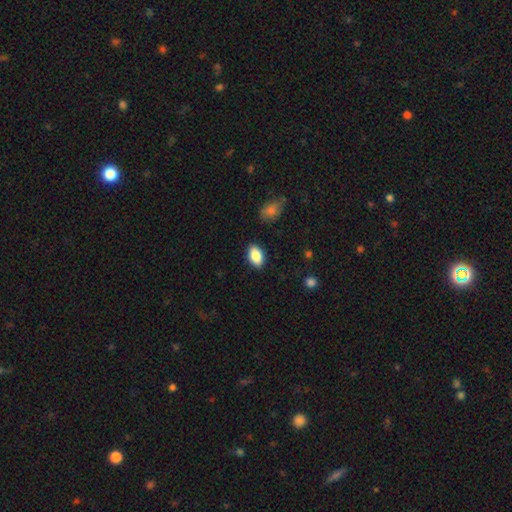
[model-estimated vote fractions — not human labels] smooth-or-featured: smooth: 85% | featured or disk: 8% | star or artifact: 7%
  how-rounded: in between: 91% | round: 7% | cigar-shaped: 3%
  merging: none: 87% | minor disturbance: 9% | major disturbance: 2% | merger: 1%